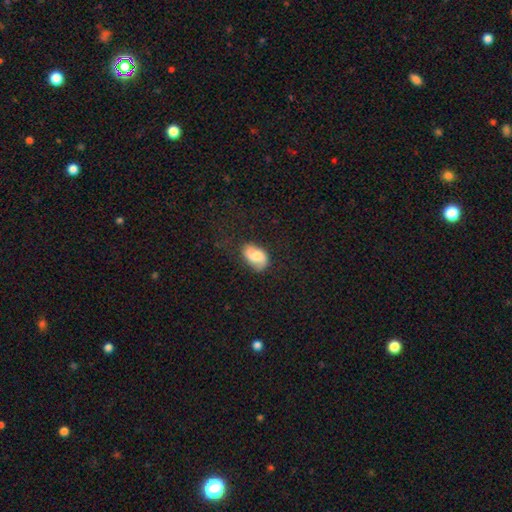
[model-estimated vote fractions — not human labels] Smooth or featured: smooth — 62% (featured or disk — 31%)
How rounded: in between — 89% (round — 9%)
Merging: none — 62% (minor disturbance — 26%)